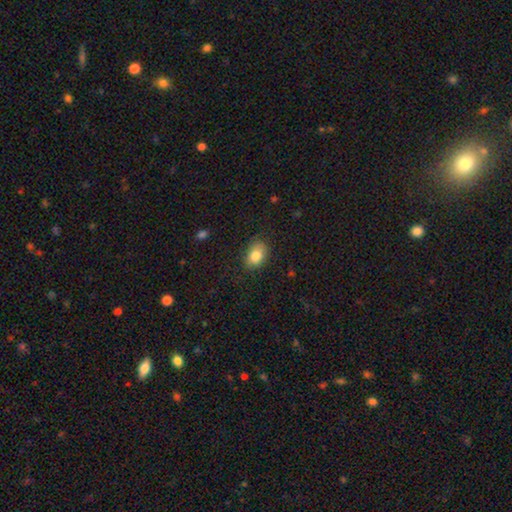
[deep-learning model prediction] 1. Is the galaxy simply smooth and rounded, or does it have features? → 84% smooth, 8% star or artifact, 8% featured or disk.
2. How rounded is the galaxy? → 78% in between, 21% round, 1% cigar-shaped.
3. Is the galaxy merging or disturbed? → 78% none, 17% minor disturbance, 4% major disturbance, 1% merger.